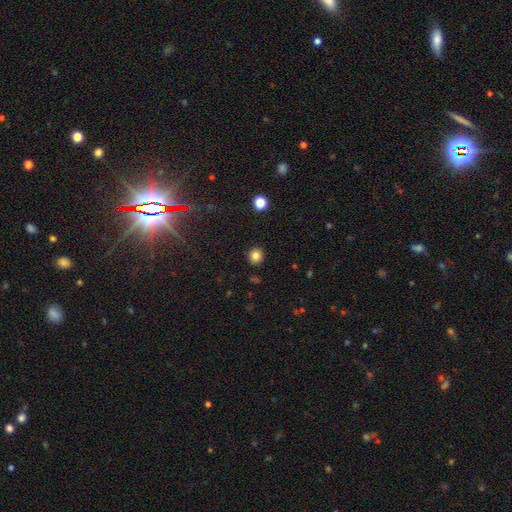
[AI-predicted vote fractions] This is clearly a smooth galaxy (82%). How rounded: clearly round (90%). Merging: clearly none (92%).